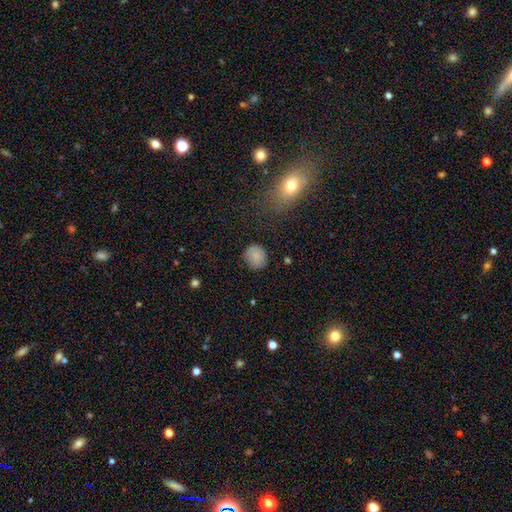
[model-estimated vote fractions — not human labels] smooth-or-featured: smooth: 83% | star or artifact: 9% | featured or disk: 7%
  how-rounded: round: 85% | in between: 14% | cigar-shaped: 1%
  merging: none: 83% | minor disturbance: 12% | major disturbance: 3% | merger: 1%